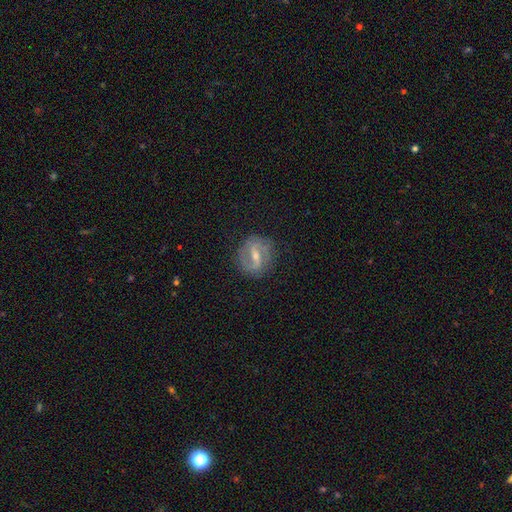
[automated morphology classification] This is likely a featured or disk galaxy (78%). It is clearly not viewed edge-on (94%). Bar: possibly strong (50%). Spiral arm pattern: clearly yes (81%). Spiral arm count: likely 2 (80%). Spiral winding: marginally medium (42%). Central bulge: possibly moderate (50%). Merging: clearly none (82%).